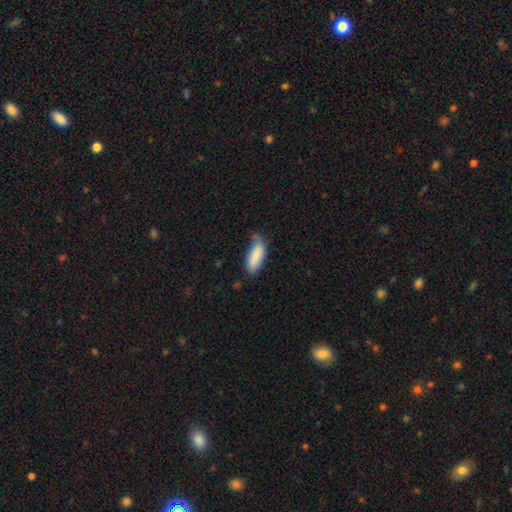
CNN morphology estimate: smooth_or_featured: smooth (p=0.85) [alt: featured or disk p=0.09]
how_rounded: in between (p=0.73) [alt: cigar-shaped p=0.25]
merging: none (p=0.46) [alt: minor disturbance p=0.39]